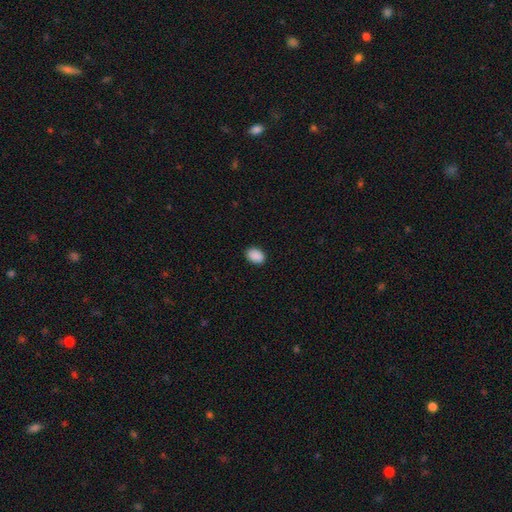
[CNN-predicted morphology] This appears to be a smooth galaxy with no disk features (91%) that is in between round and cigar-shaped (80%). Merging: none (89%).